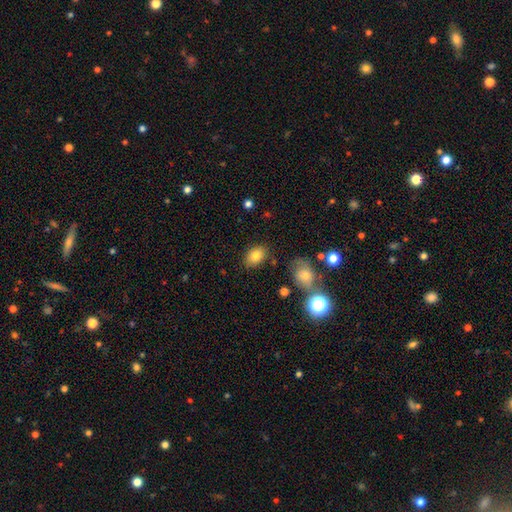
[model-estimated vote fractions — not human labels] This appears to be a smooth galaxy with no disk features (81%) that is in between round and cigar-shaped (77%). Merging: none (81%).